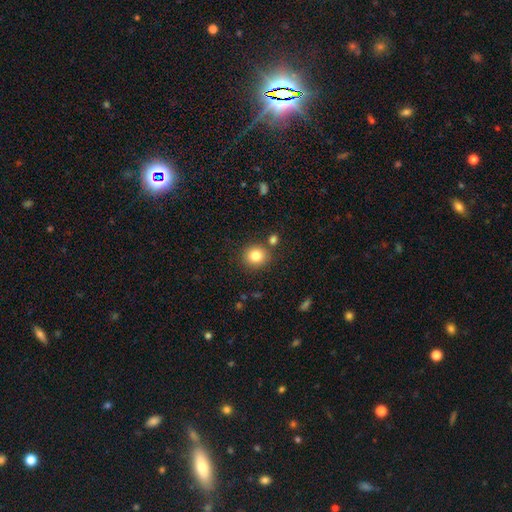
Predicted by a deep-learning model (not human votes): This is clearly a smooth galaxy (83%). How rounded: clearly round (83%). Merging: clearly none (82%).